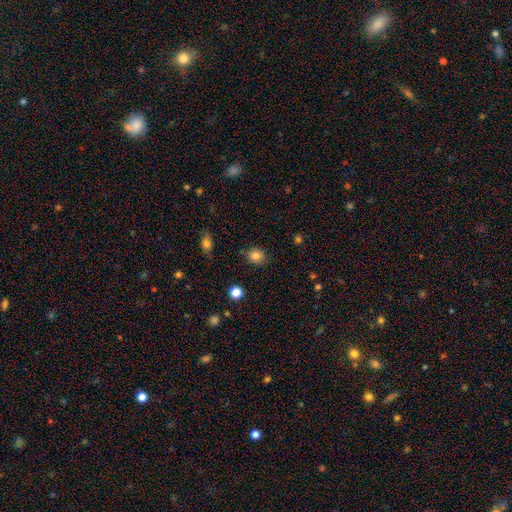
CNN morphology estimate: Overall: smooth (84%). How rounded: round (71%). Merging: none (84%).